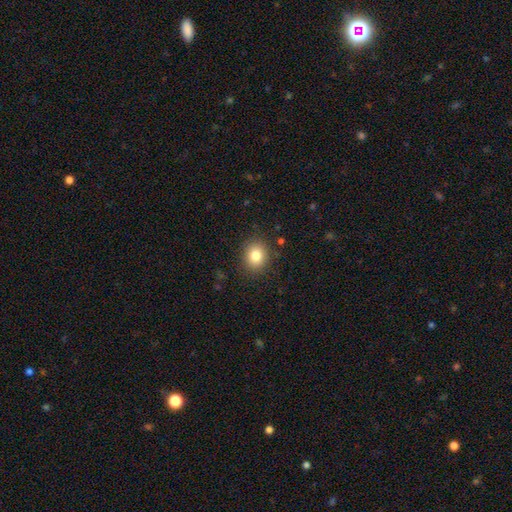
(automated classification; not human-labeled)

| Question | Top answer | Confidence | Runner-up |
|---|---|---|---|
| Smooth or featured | smooth | 83% | star or artifact (10%) |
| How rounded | round | 69% | in between (30%) |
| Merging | none | 87% | minor disturbance (9%) |